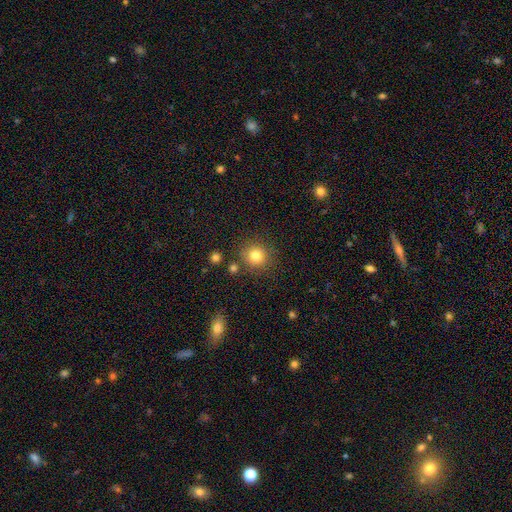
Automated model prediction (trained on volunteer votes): A smooth galaxy with no disk features (81%) that is round (90%). Merging: none (84%).